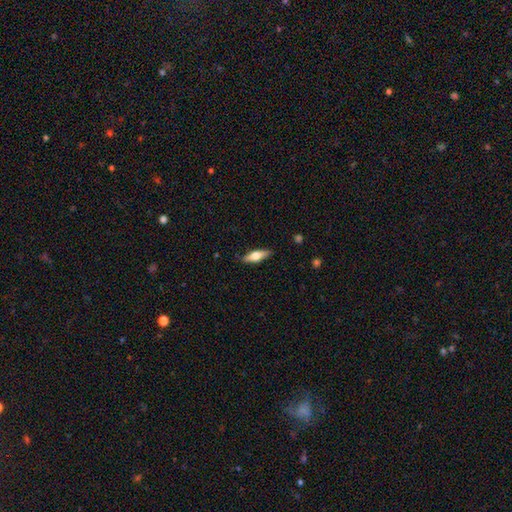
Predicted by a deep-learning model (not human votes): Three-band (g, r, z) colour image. It shows a smooth galaxy with no disk features (56%) that is in between round and cigar-shaped (51%). Merging: none (87%).